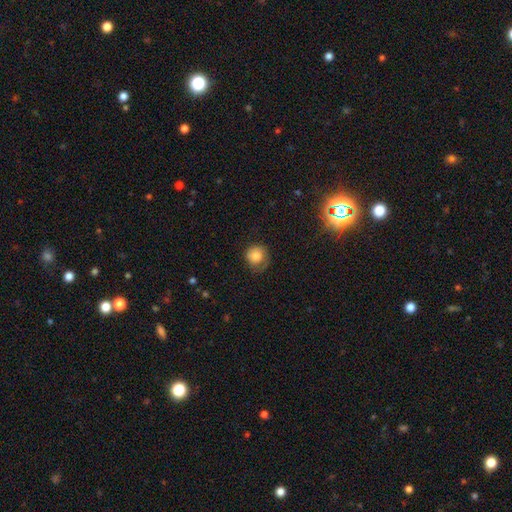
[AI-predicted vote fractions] smooth-or-featured: smooth: 80% | featured or disk: 11% | star or artifact: 9%
  how-rounded: round: 86% | in between: 13% | cigar-shaped: 1%
  merging: none: 58% | minor disturbance: 27% | major disturbance: 14% | merger: 1%